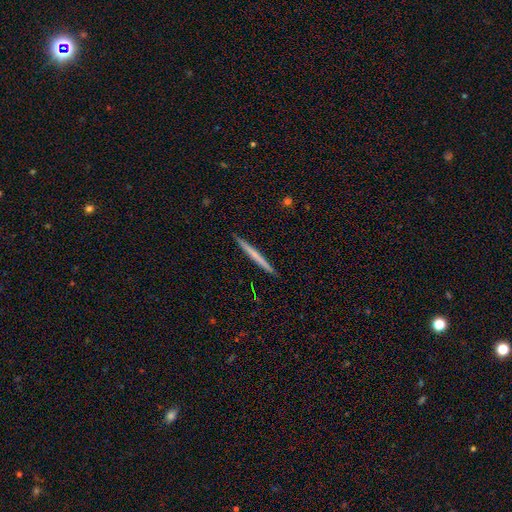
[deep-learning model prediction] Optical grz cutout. It shows a smooth galaxy with no disk features (50%). Merging: none (92%).